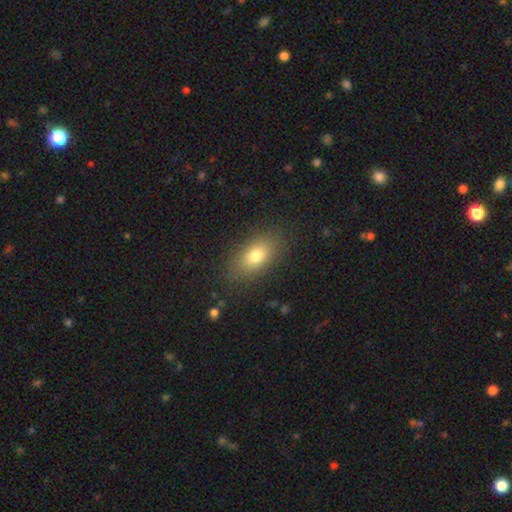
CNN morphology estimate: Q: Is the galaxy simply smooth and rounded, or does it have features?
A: smooth — 76%.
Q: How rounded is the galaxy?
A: in between — 83%.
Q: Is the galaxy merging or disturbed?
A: none — 85%.